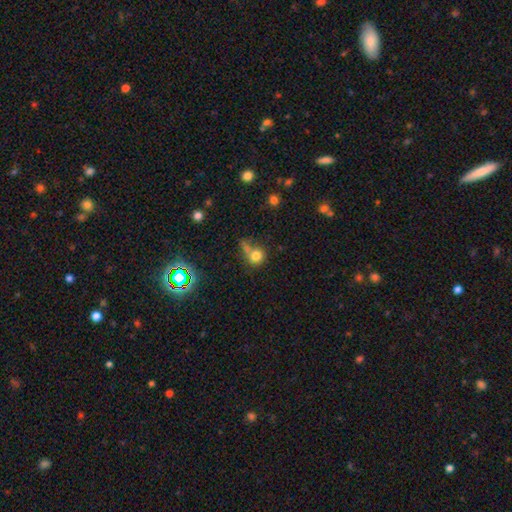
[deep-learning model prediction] Overall: smooth (75%). How rounded: round (82%). Merging: none (42%; merger 23%).